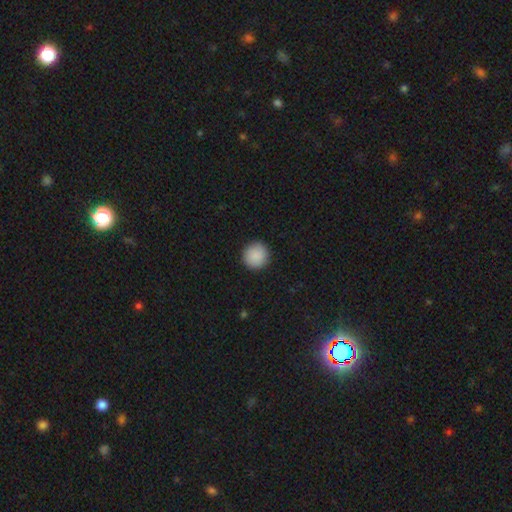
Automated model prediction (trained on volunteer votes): smooth_or_featured: smooth (p=0.90) [alt: star or artifact p=0.07]
how_rounded: round (p=0.95) [alt: in between p=0.04]
merging: none (p=0.92) [alt: minor disturbance p=0.05]